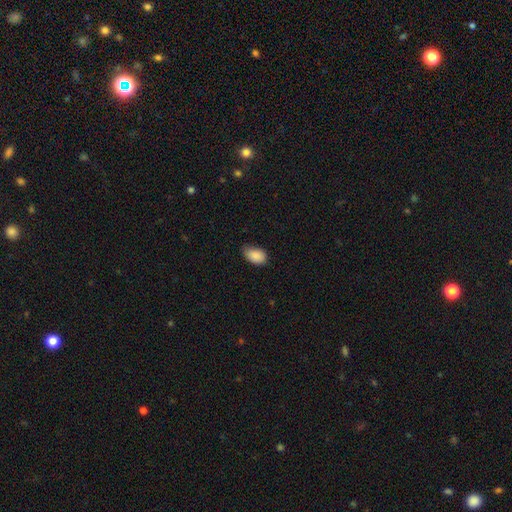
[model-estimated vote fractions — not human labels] smooth_or_featured: smooth (p=0.88) [alt: star or artifact p=0.07]
how_rounded: in between (p=0.92) [alt: round p=0.07]
merging: none (p=0.65) [alt: minor disturbance p=0.30]